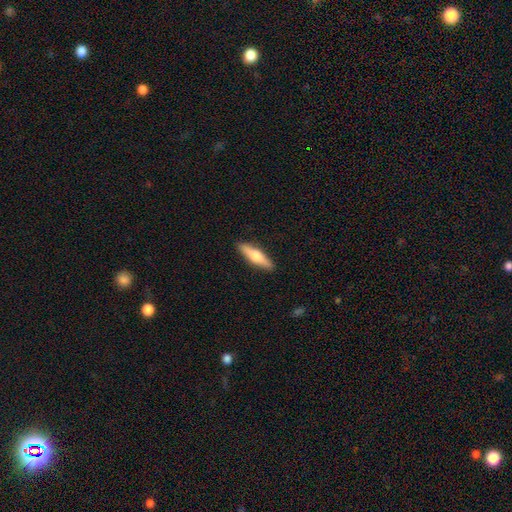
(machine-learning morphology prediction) Smooth or featured: smooth — 52% (featured or disk — 43%)
How rounded: cigar-shaped — 71% (in between — 27%)
Merging: none — 90% (minor disturbance — 7%)